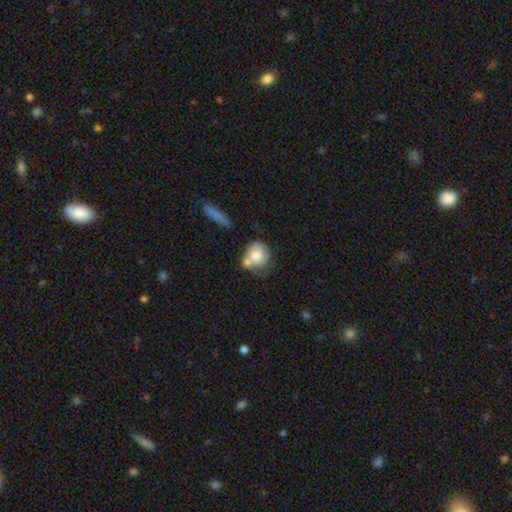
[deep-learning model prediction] smooth 72%, featured or disk 22%, star or artifact 7%. Down the decision tree: how rounded — round (72%); merging — none (36%).